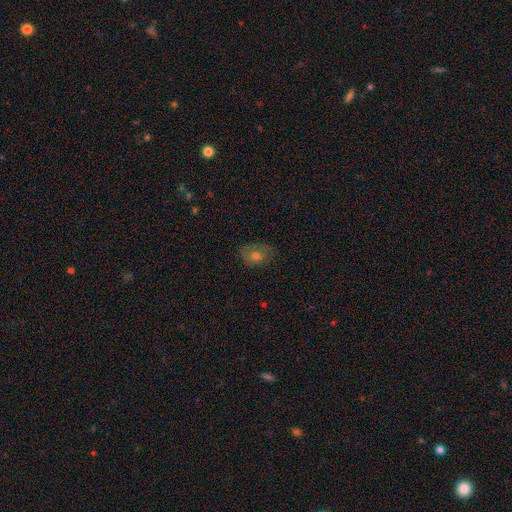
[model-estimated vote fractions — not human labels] smooth 62%, featured or disk 25%, star or artifact 13%. Down the decision tree: how rounded — in between (63%); merging — none (70%).